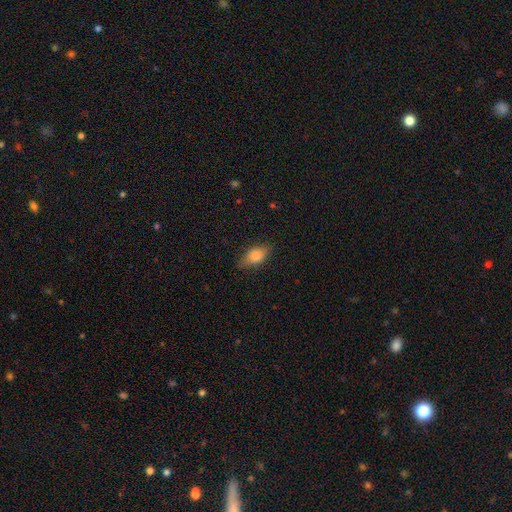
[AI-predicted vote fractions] Overall: smooth (79%). How rounded: in between (85%). Merging: none (76%).